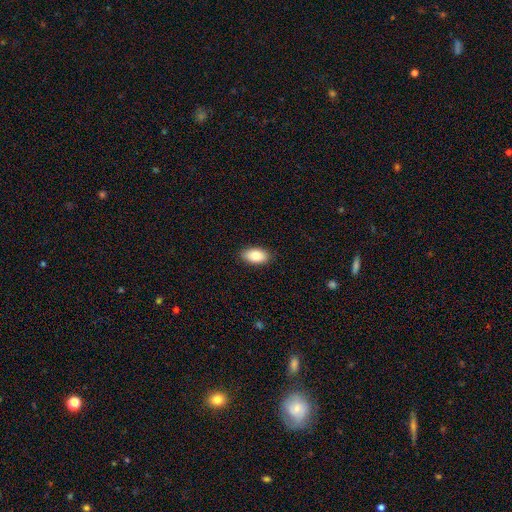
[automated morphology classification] smooth 84%, featured or disk 9%, star or artifact 7%. Down the decision tree: how rounded — in between (94%); merging — none (89%).